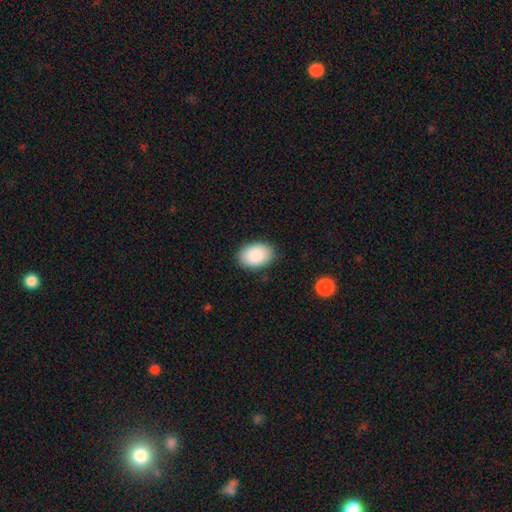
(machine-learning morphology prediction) A smooth galaxy with no disk features (88%) that is in between round and cigar-shaped (87%). Merging: none (87%).